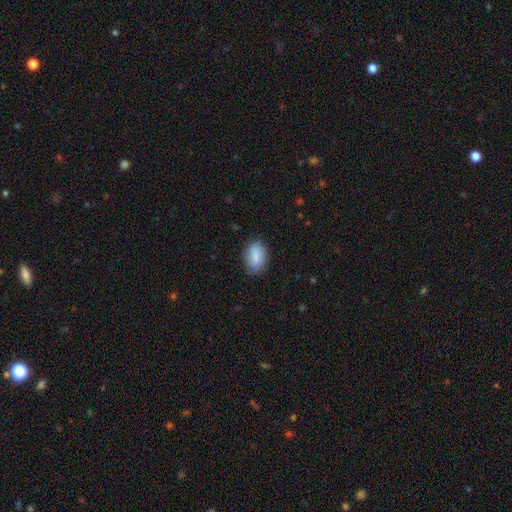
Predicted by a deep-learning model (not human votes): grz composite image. It shows a smooth galaxy with no disk features (84%) that is in between round and cigar-shaped (89%). Merging: none (79%).